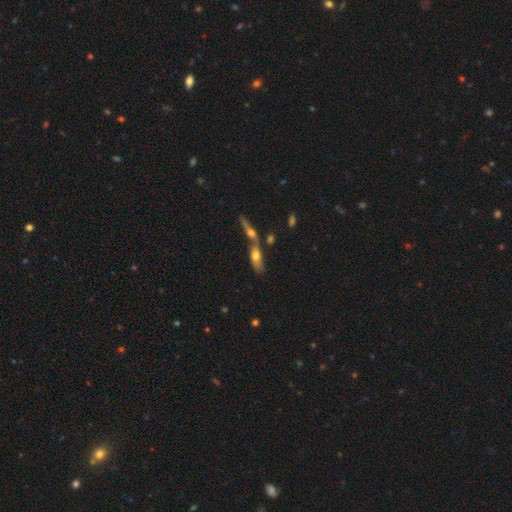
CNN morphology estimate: smooth 52%, featured or disk 40%, star or artifact 9%. Down the decision tree: how rounded — in between (59%); merging — merger (54%).